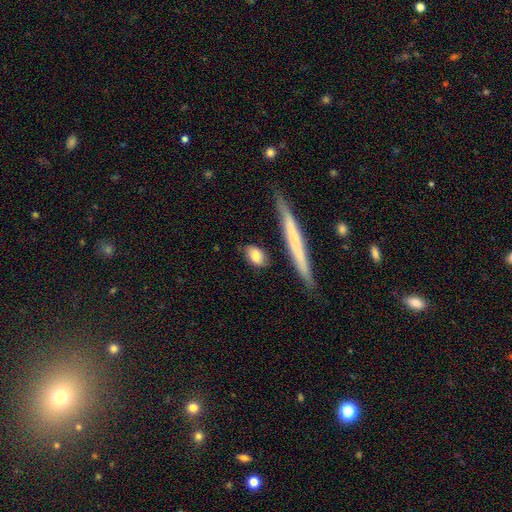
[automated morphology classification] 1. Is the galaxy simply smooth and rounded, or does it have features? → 78% smooth, 16% featured or disk, 6% star or artifact.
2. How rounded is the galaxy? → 67% in between, 17% cigar-shaped, 15% round.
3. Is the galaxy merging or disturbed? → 77% none, 15% minor disturbance, 4% merger, 4% major disturbance.